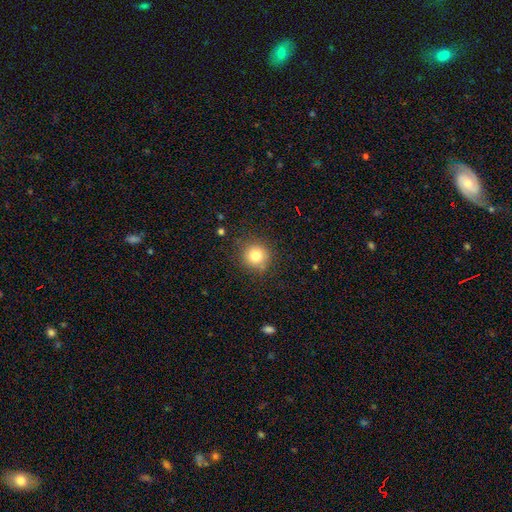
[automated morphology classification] Smooth or featured? Predicted: smooth (p=0.80). How rounded? Predicted: round (p=0.91). Merging? Predicted: none (p=0.86).